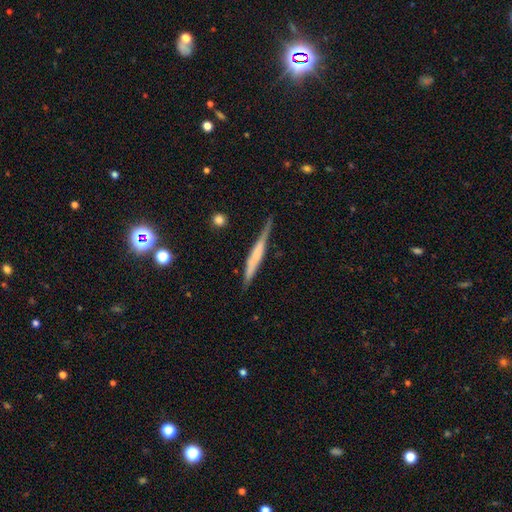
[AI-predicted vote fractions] featured or disk 58%, smooth 35%, star or artifact 6%. Down the decision tree: edge-on disk — yes (96%); edge-on bulge — none (43%); merging — none (79%).